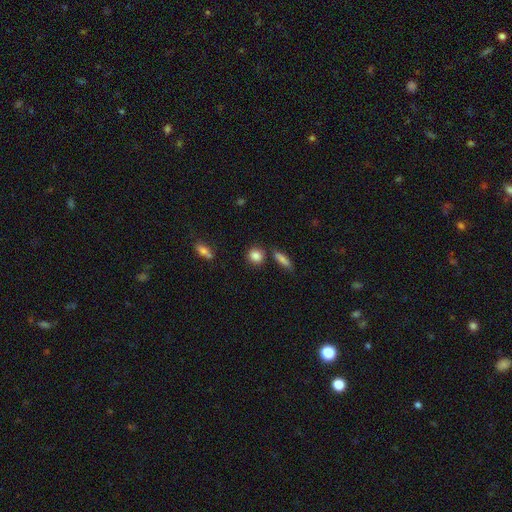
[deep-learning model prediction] Morphology: type=smooth (84%); roundness=round (74%); merging=none (76%).